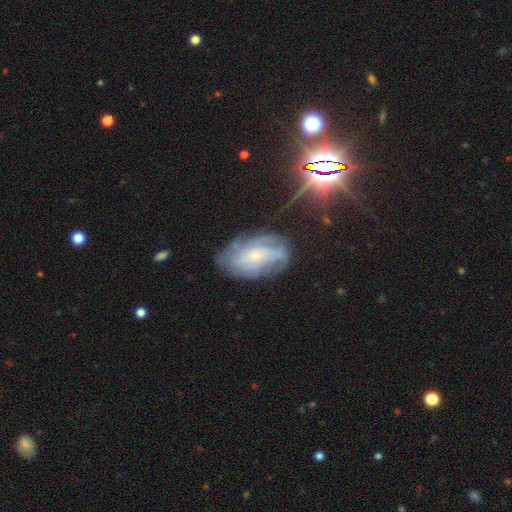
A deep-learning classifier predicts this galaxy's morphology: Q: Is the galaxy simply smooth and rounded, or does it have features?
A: featured or disk — 64%.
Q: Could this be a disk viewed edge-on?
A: no — 93%.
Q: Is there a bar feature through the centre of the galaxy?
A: no — 70%.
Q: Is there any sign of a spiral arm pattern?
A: yes — 78%.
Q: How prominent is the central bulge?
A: small — 75%.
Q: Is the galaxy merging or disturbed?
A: none — 64%.